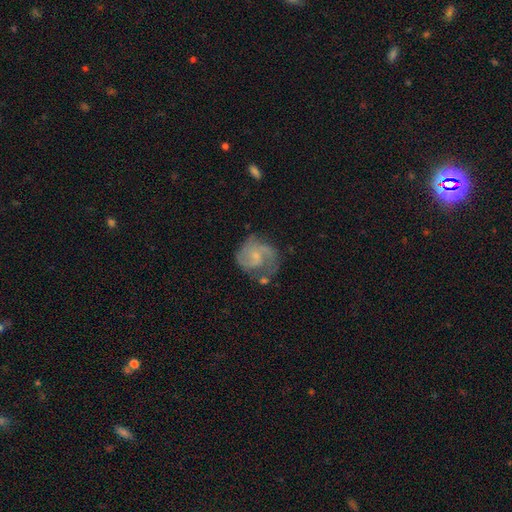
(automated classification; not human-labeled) Smooth or featured?
  - featured or disk: 77% *
  - smooth: 16%
  - star or artifact: 7%
Edge-on disk?
  - no: 98% *
  - yes: 2%
Bar?
  - no: 58% *
  - weak: 37%
  - strong: 5%
Spiral arms?
  - yes: 92% *
  - no: 8%
Spiral winding?
  - medium: 51% *
  - tight: 27%
  - loose: 22%
Spiral arm count?
  - 2: 62% *
  - can't tell: 14%
  - 3: 13%
  - 1: 6%
  - 4: 3%
  - more than 4: 2%
Bulge size?
  - small: 62% *
  - moderate: 20%
  - none: 16%
  - large: 2%
  - dominant: 1%
Merging?
  - none: 52% *
  - minor disturbance: 24%
  - major disturbance: 18%
  - merger: 6%